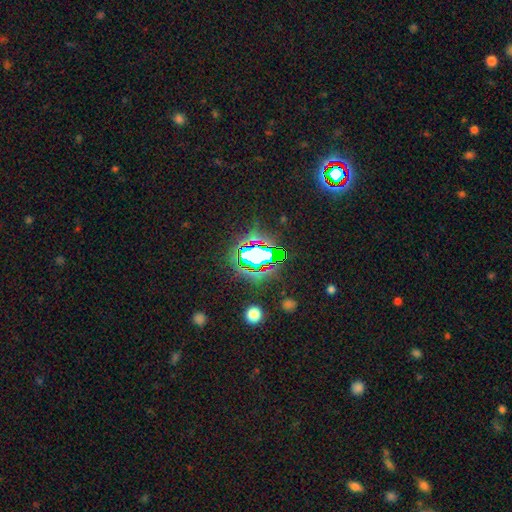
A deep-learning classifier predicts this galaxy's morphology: Smooth or featured? star or artifact (67%)